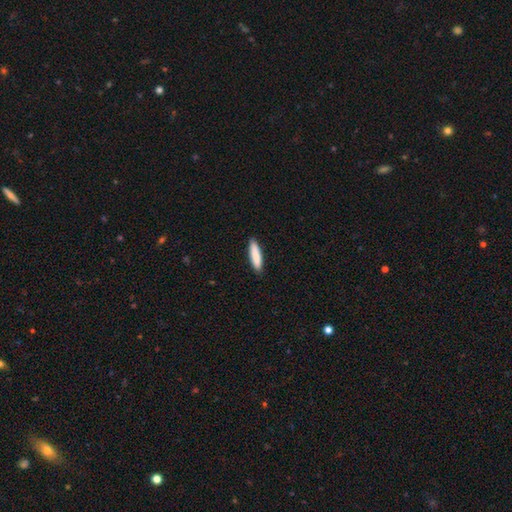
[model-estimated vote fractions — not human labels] A smooth galaxy with no disk features (86%) that is cigar-shaped (77%). Merging: none (89%).